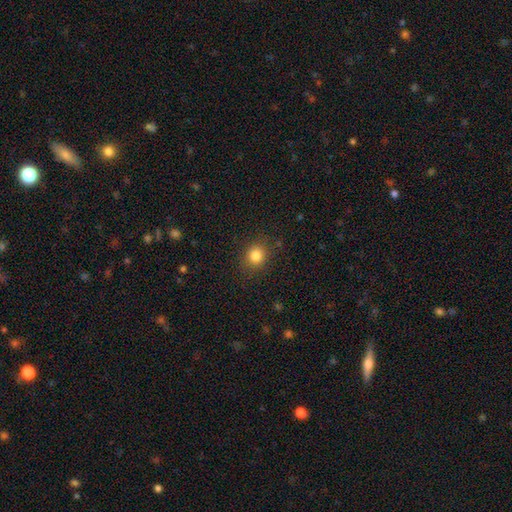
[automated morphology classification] Q: Smooth or featured?
A: smooth (83%); runner-up: star or artifact (12%)
Q: How rounded?
A: round (82%); runner-up: in between (17%)
Q: Merging?
A: none (87%); runner-up: minor disturbance (9%)